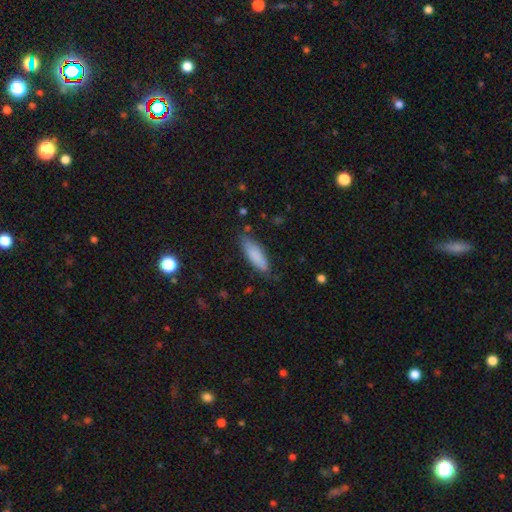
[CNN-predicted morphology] Smooth or featured: smooth — 84% (featured or disk — 10%)
How rounded: in between — 49% (tied with cigar-shaped — 49%)
Merging: none — 77% (minor disturbance — 18%)